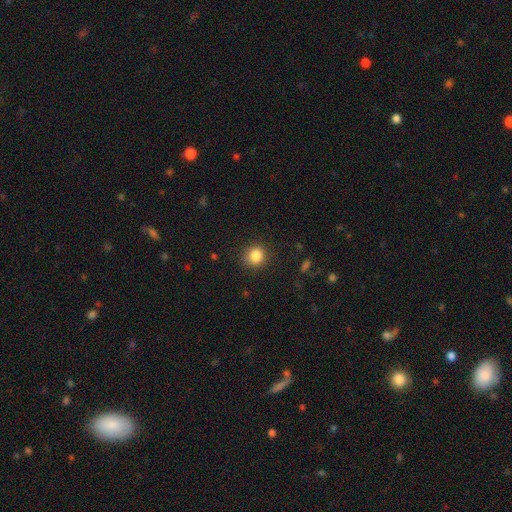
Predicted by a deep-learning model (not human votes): Smooth or featured: smooth — 85% (star or artifact — 11%)
How rounded: round — 84% (in between — 15%)
Merging: none — 87% (minor disturbance — 9%)